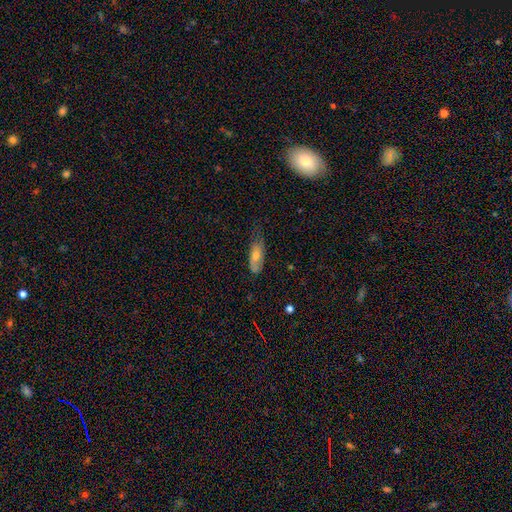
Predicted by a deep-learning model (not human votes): smooth-or-featured: smooth: 52% | featured or disk: 39% | star or artifact: 9%
  how-rounded: in between: 65% | cigar-shaped: 32% | round: 3%
  merging: none: 53% | minor disturbance: 34% | major disturbance: 12% | merger: 2%